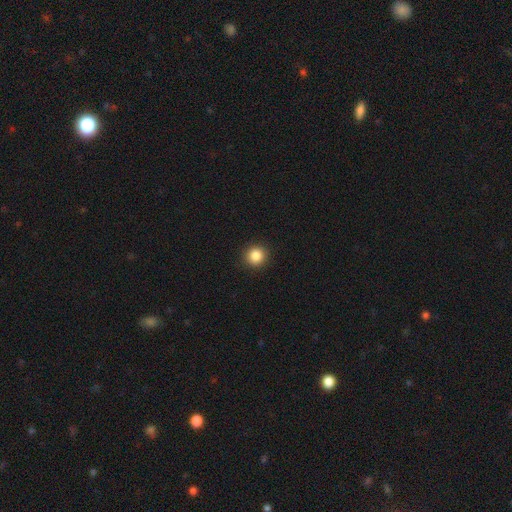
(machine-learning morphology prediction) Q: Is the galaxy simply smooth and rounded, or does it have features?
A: smooth — 86%.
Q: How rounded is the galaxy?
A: round — 92%.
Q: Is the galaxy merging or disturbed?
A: none — 92%.